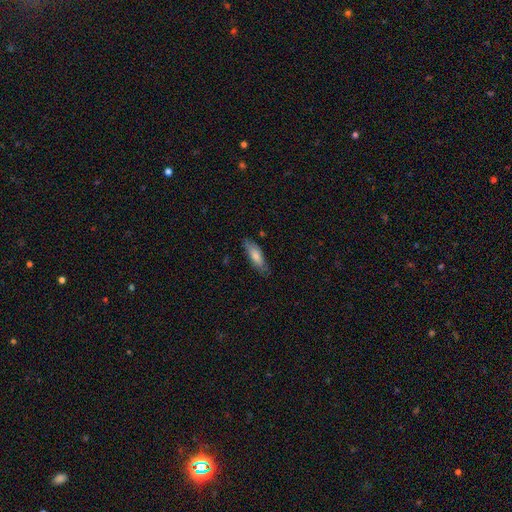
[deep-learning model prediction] Smooth or featured? Predicted: smooth (p=0.74). How rounded? Predicted: in between (p=0.51). Merging? Predicted: none (p=0.76).